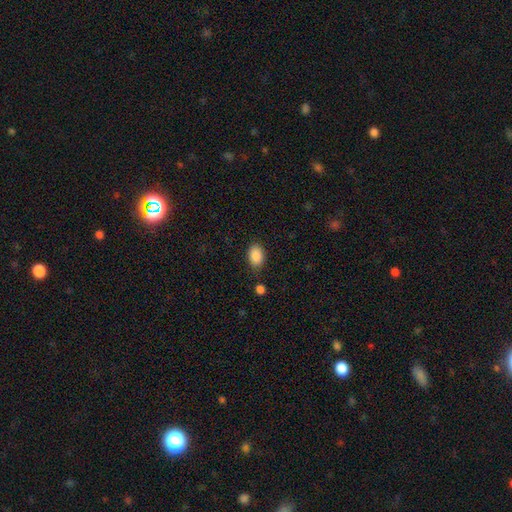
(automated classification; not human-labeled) The model was most divided on "merging": none: 80%, minor disturbance: 14%, major disturbance: 3%, merger: 3%. More confident: smooth or featured — smooth (89%); how rounded — in between (85%).